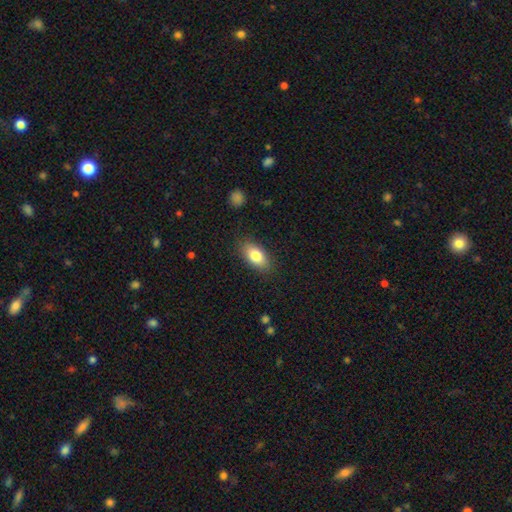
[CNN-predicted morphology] This is clearly a smooth galaxy (81%). How rounded: clearly in between (90%). Merging: clearly none (84%).